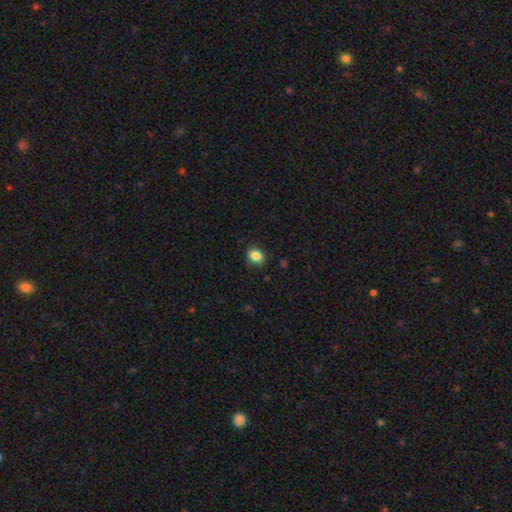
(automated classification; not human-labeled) Morphology: type=smooth (85%); roundness=round (52%); merging=none (82%).